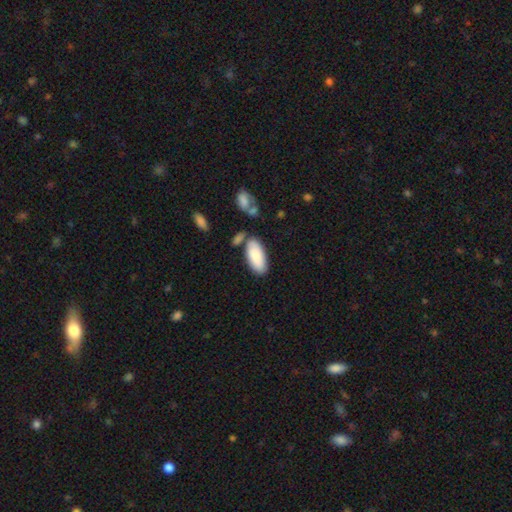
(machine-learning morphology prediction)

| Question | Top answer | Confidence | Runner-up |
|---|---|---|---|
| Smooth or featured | smooth | 85% | featured or disk (10%) |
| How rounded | in between | 90% | cigar-shaped (9%) |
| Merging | none | 71% | minor disturbance (15%) |